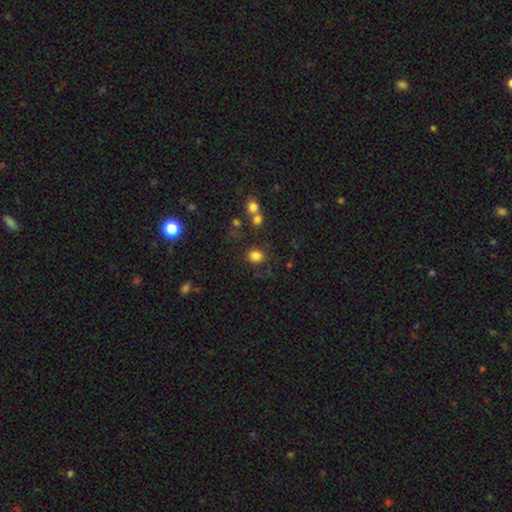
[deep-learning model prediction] A smooth galaxy with no disk features (81%) that is round (58%). Merging: none (74%).